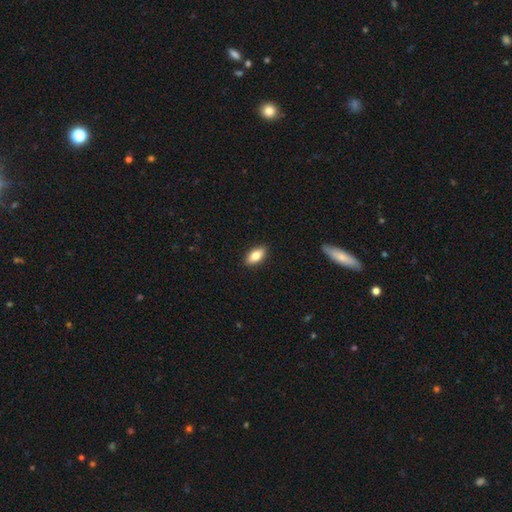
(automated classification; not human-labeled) Overall: smooth (77%). How rounded: in between (88%). Merging: none (90%).